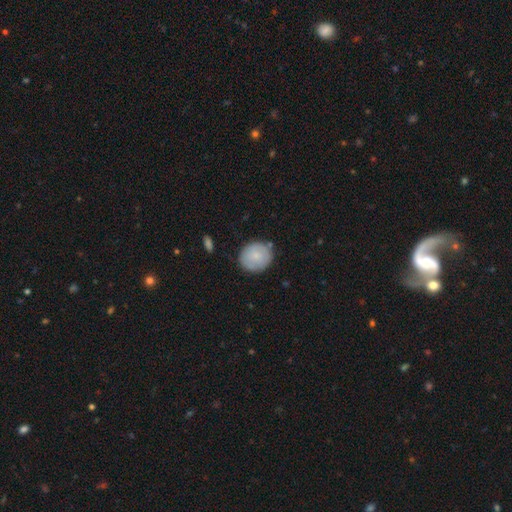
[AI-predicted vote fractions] Smooth or featured? smooth (80%)
How rounded? round (84%)
Merging? none (82%)